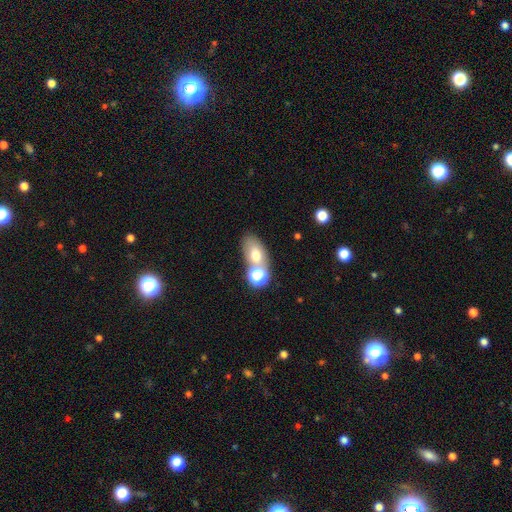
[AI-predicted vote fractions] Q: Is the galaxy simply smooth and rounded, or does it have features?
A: smooth — 66%.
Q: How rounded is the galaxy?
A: in between — 80%.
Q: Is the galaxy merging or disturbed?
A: none — 50%.